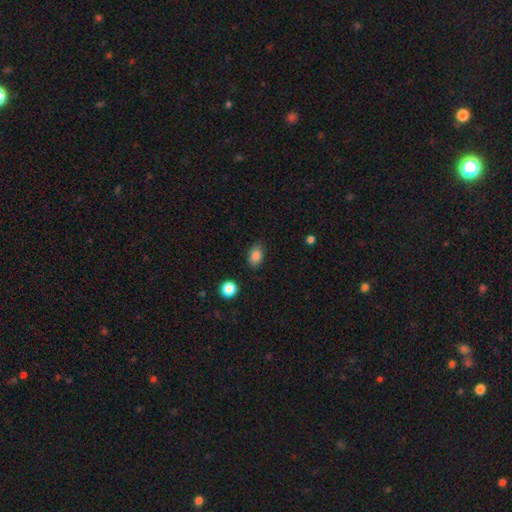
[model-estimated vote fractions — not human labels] smooth_or_featured: smooth (p=0.86) [alt: star or artifact p=0.10]
how_rounded: in between (p=0.83) [alt: round p=0.16]
merging: none (p=0.83) [alt: minor disturbance p=0.13]